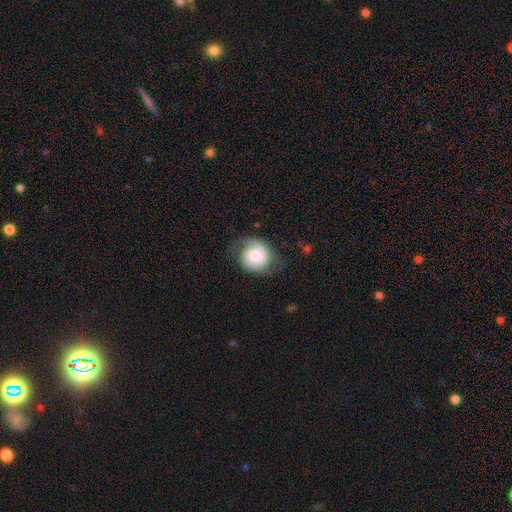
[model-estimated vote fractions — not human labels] featured or disk 55%, smooth 38%, star or artifact 7%. Down the decision tree: edge-on disk — no (97%); bar — no (60%); spiral arms — yes (86%); bulge size — moderate (50%); merging — none (56%).